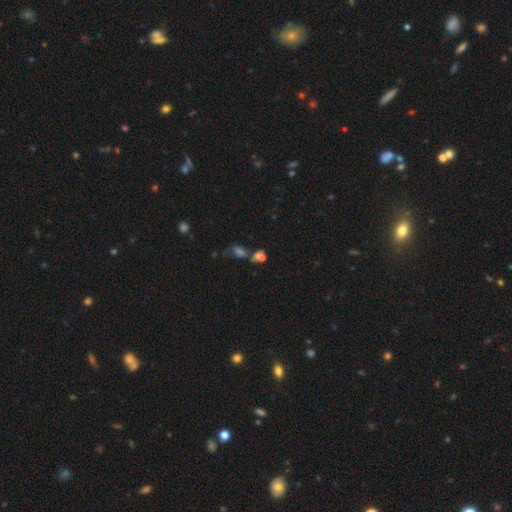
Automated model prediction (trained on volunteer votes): This appears to be a star or artifact, not a galaxy (52%).